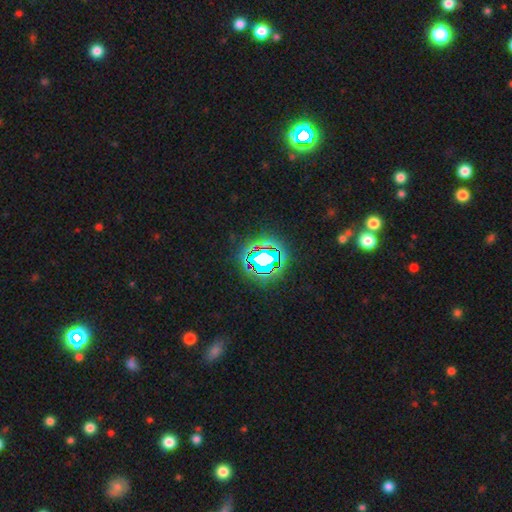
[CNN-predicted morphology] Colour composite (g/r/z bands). It shows a star or artifact, not a galaxy (69%).